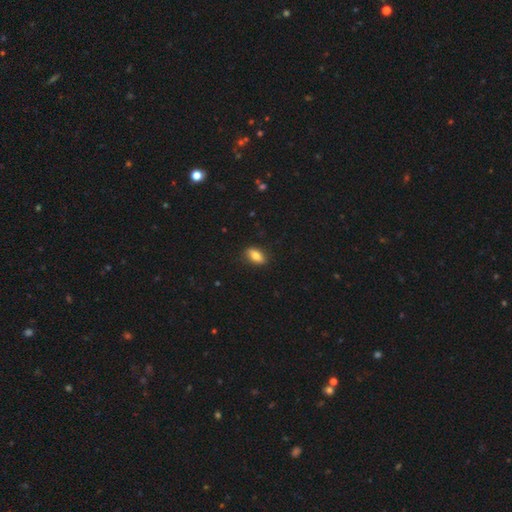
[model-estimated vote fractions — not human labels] Smooth or featured: smooth — 79% (featured or disk — 14%)
How rounded: in between — 86% (cigar-shaped — 8%)
Merging: none — 84% (minor disturbance — 12%)